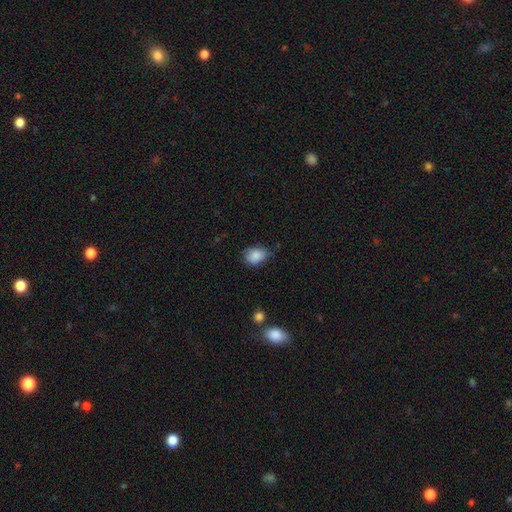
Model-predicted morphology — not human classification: A smooth galaxy with no disk features (86%) that is in between round and cigar-shaped (64%). Merging: none (61%).